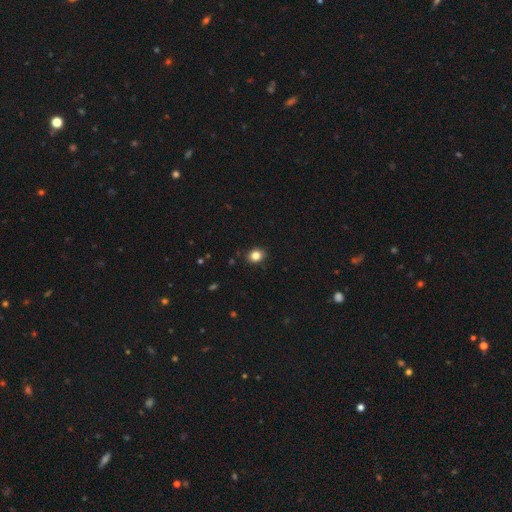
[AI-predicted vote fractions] A smooth galaxy with no disk features (83%) that is round (59%).

Vote fractions:
- Smooth or featured? smooth: 83% / star or artifact: 11% / featured or disk: 6%
- How rounded? round: 59% / in between: 40% / cigar-shaped: 1%
- Merging? none: 89% / minor disturbance: 8% / major disturbance: 2% / merger: 1%